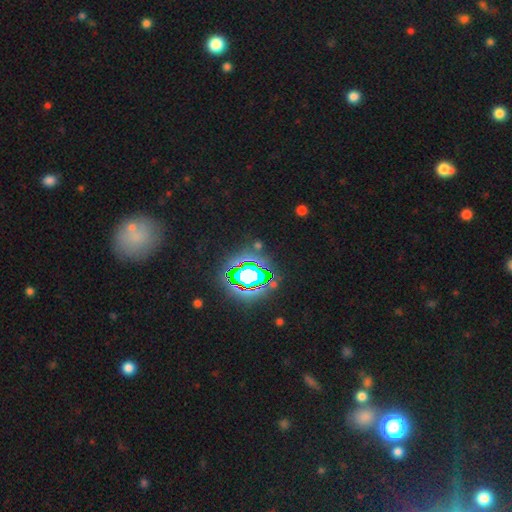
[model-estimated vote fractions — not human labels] The model was most divided on "smooth or featured": star or artifact: 80%, smooth: 12%, featured or disk: 8%.